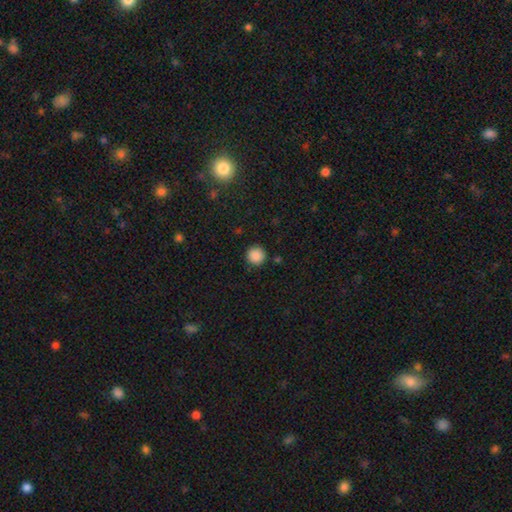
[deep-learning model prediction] This appears to be a smooth galaxy with no disk features (88%) that is round (95%). Merging: none (90%).